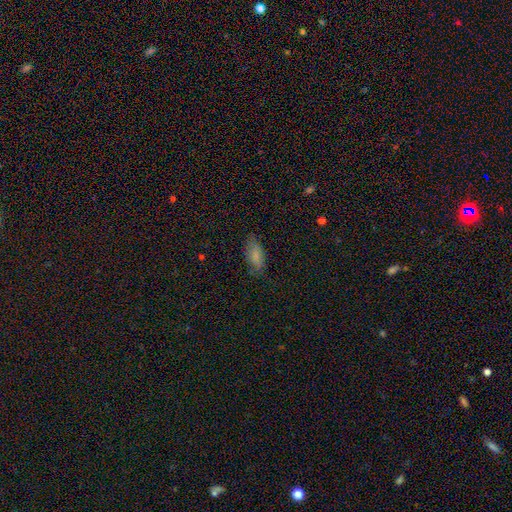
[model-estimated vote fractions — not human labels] Smooth or featured? Predicted: smooth (p=0.80). How rounded? Predicted: in between (p=0.86). Merging? Predicted: none (p=0.75).